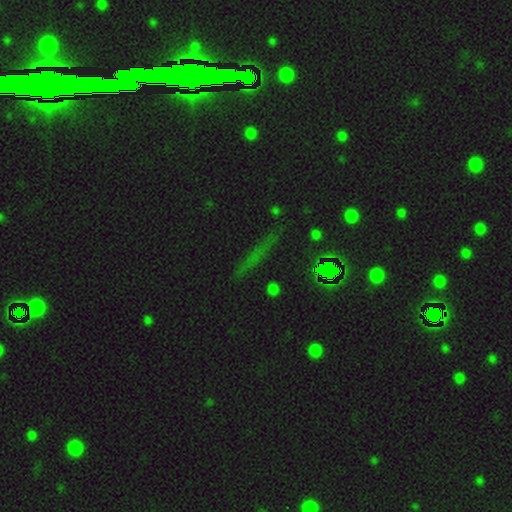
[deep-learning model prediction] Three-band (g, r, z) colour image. It shows a star or artifact, not a galaxy (63%).